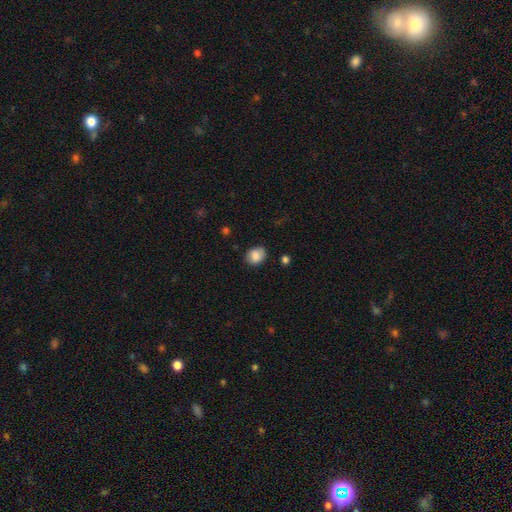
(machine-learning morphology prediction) This appears to be a smooth galaxy with no disk features (84%) that is in between round and cigar-shaped (56%). Merging: none (79%).